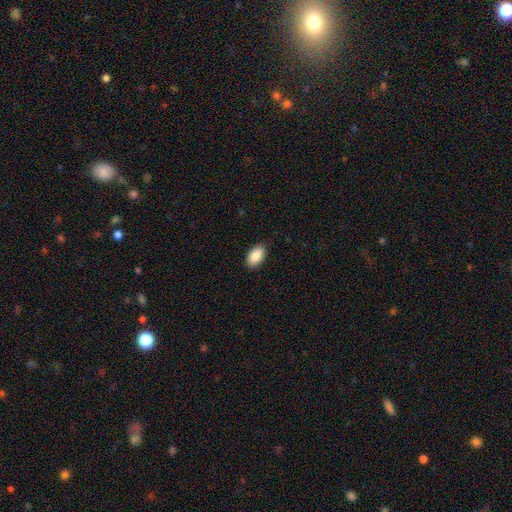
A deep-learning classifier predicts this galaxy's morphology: Overall: smooth (88%). How rounded: in between (94%). Merging: none (88%).